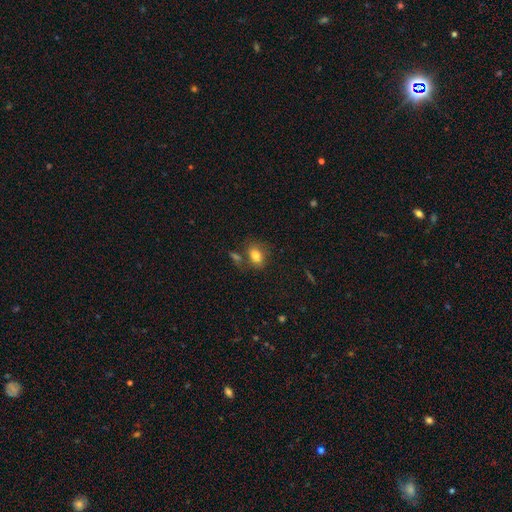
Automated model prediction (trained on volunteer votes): Morphology: type=smooth (80%); roundness=in between (75%); merging=none (66%).